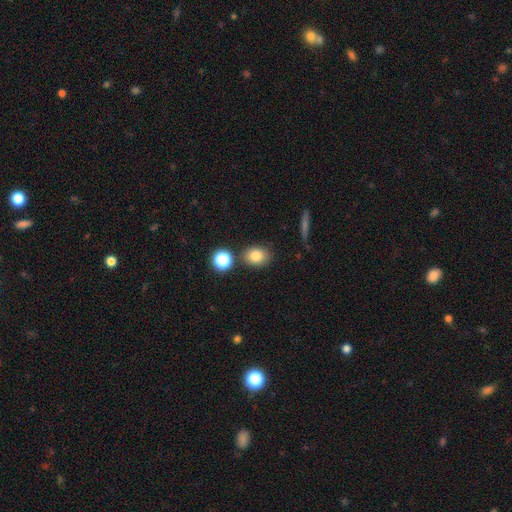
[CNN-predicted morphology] smooth 82%, star or artifact 11%, featured or disk 7%. Down the decision tree: how rounded — in between (54%); merging — none (76%).